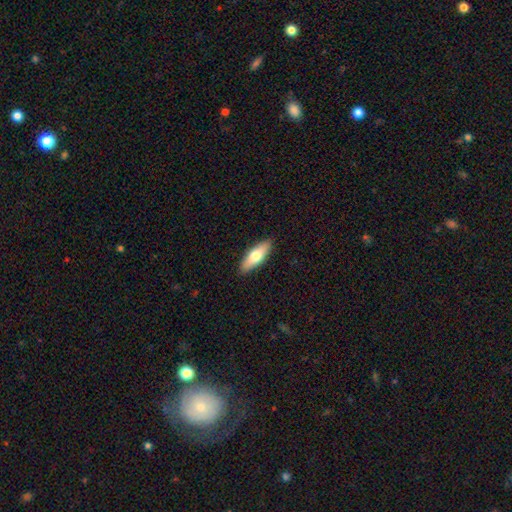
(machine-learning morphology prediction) smooth_or_featured: smooth (p=0.68) [alt: featured or disk p=0.26]
how_rounded: in between (p=0.61) [alt: cigar-shaped p=0.37]
merging: none (p=0.90) [alt: minor disturbance p=0.08]